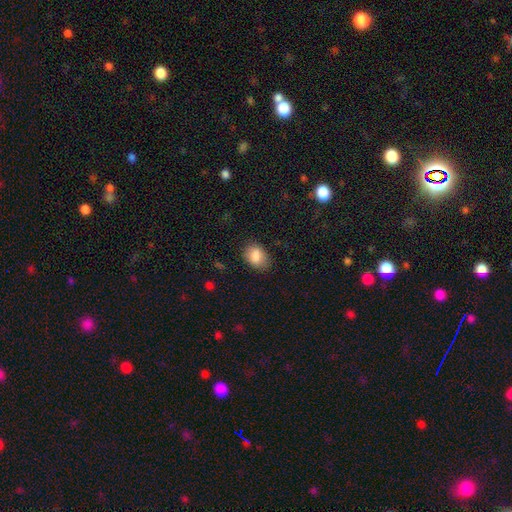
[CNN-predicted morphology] Smooth or featured?
  - smooth: 84% *
  - star or artifact: 8%
  - featured or disk: 8%
How rounded?
  - in between: 79% *
  - round: 19%
  - cigar-shaped: 1%
Merging?
  - none: 79% *
  - minor disturbance: 16%
  - major disturbance: 4%
  - merger: 1%